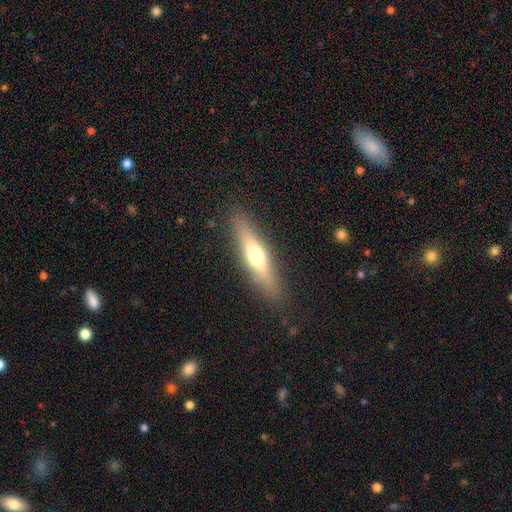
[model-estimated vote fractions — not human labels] Smooth or featured: smooth — 49% (featured or disk — 44%)
Merging: none — 88% (minor disturbance — 9%)